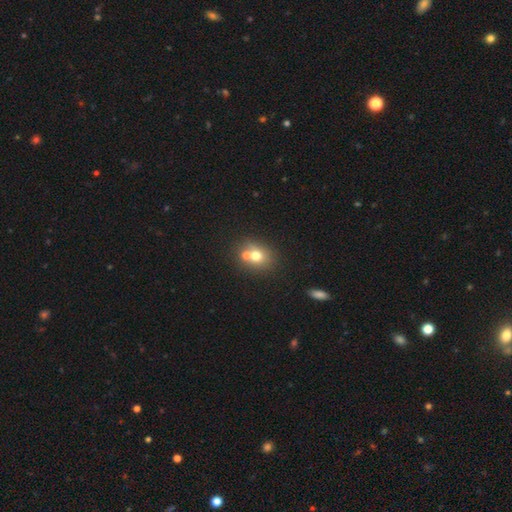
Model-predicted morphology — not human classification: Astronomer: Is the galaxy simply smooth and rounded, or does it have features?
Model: smooth — 69%.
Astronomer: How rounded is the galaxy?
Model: round — 68%.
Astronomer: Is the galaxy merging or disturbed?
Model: none — 51% (runner-up: merger, 37%).